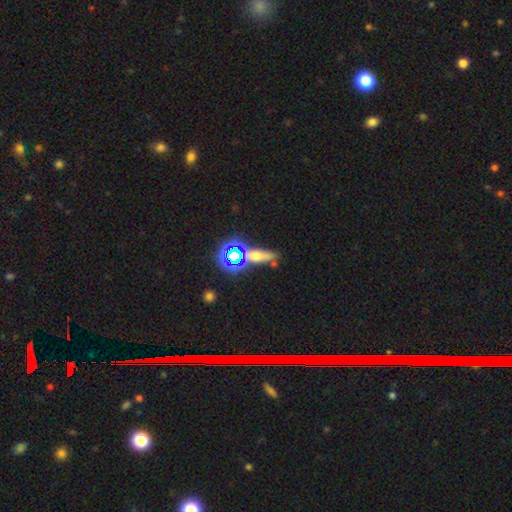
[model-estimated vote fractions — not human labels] smooth-or-featured: smooth: 44% | star or artifact: 34% | featured or disk: 22%
  merging: none: 66% | merger: 15% | minor disturbance: 13% | major disturbance: 6%